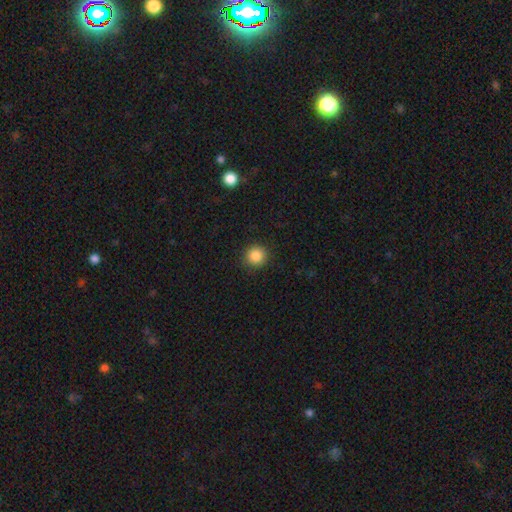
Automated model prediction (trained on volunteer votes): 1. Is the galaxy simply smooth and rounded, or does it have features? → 86% smooth, 10% star or artifact, 4% featured or disk.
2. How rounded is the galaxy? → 93% round, 6% in between, 1% cigar-shaped.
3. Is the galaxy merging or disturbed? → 91% none, 6% minor disturbance, 2% major disturbance, 1% merger.